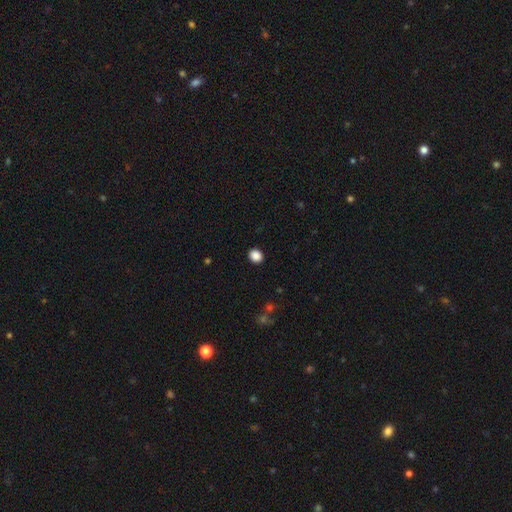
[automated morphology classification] Smooth or featured?
  - smooth: 88% *
  - star or artifact: 9%
  - featured or disk: 3%
How rounded?
  - round: 68% *
  - in between: 31%
  - cigar-shaped: 1%
Merging?
  - none: 91% *
  - minor disturbance: 6%
  - major disturbance: 2%
  - merger: 1%